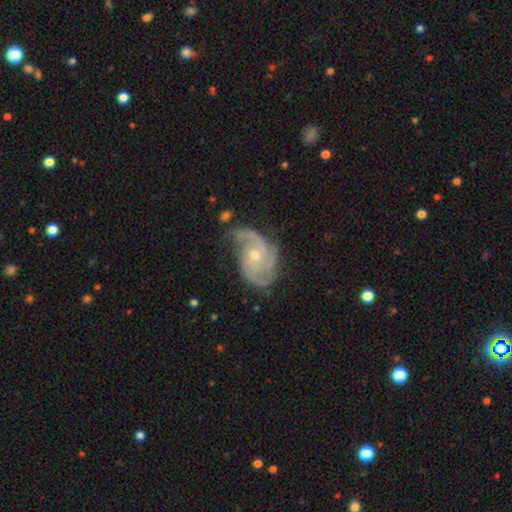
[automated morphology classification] type=featured or disk (86%); edge-on=no (97%); bar=no (72%); spiral arms=yes (95%); winding=medium (44%); arm count=2 (36%); bulge=moderate (55%); merging=none (54%).